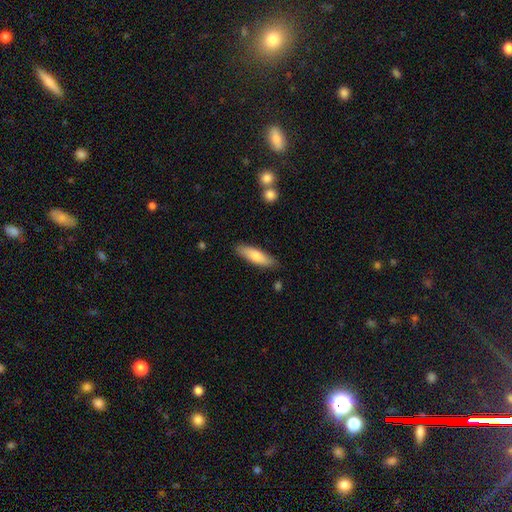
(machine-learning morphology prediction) A smooth galaxy with no disk features (75%) that is cigar-shaped (58%).

Vote fractions:
- Smooth or featured? smooth: 75% / featured or disk: 19% / star or artifact: 6%
- How rounded? cigar-shaped: 58% / in between: 40% / round: 2%
- Merging? none: 86% / minor disturbance: 10% / major disturbance: 2% / merger: 2%